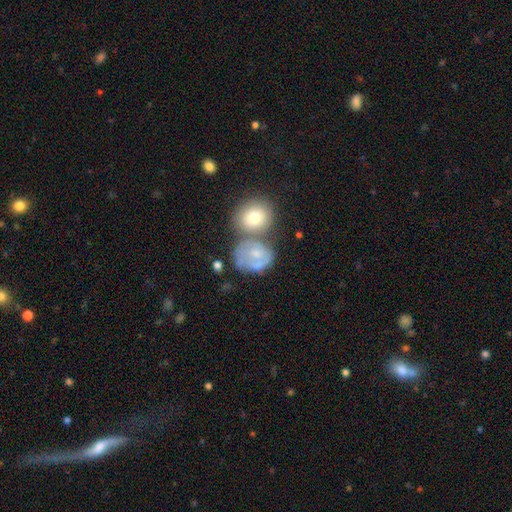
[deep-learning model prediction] Smooth or featured? Predicted: smooth (p=0.51). How rounded? Predicted: round (p=0.67). Merging? Predicted: merger (p=0.36).